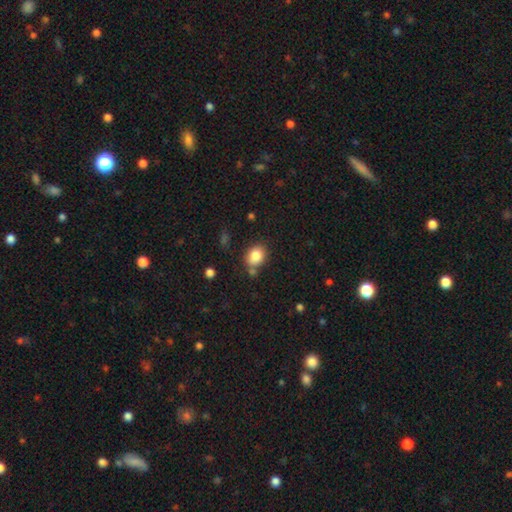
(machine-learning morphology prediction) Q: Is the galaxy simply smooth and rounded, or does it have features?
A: smooth — 84%.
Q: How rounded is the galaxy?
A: round — 54%.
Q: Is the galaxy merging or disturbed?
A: none — 69%.